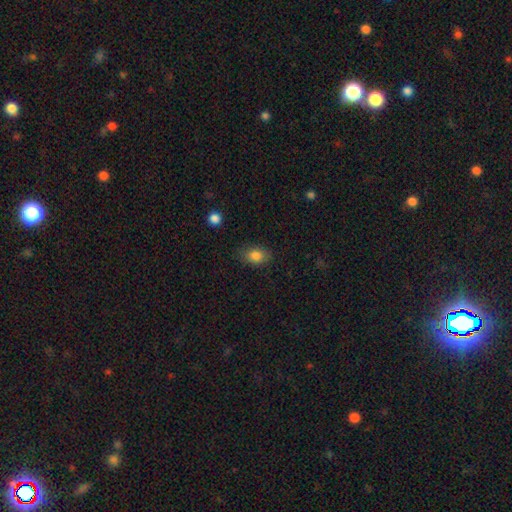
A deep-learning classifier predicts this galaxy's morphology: smooth-or-featured: smooth: 84% | star or artifact: 10% | featured or disk: 7%
  how-rounded: in between: 75% | round: 24% | cigar-shaped: 2%
  merging: none: 81% | minor disturbance: 14% | major disturbance: 3% | merger: 1%